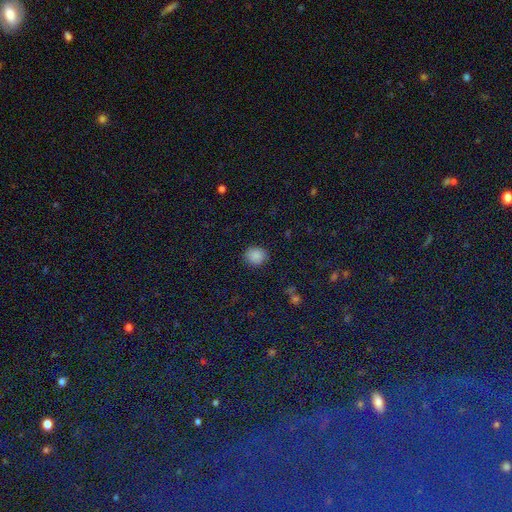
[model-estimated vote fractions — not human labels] smooth_or_featured: smooth (p=0.86) [alt: star or artifact p=0.10]
how_rounded: round (p=0.81) [alt: in between p=0.18]
merging: none (p=0.88) [alt: minor disturbance p=0.08]